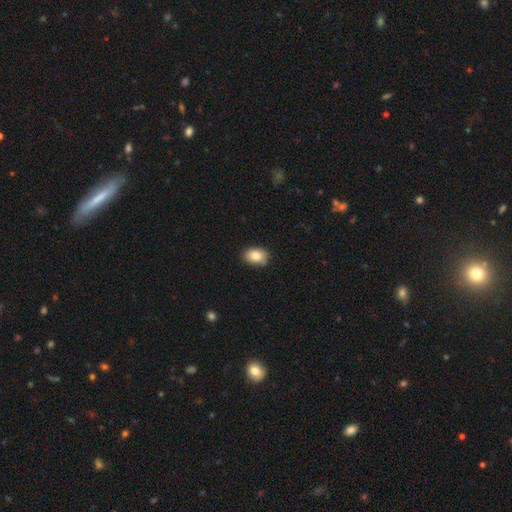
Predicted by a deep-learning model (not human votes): Smooth or featured?
  - smooth: 84% *
  - featured or disk: 8%
  - star or artifact: 8%
How rounded?
  - in between: 82% *
  - round: 17%
  - cigar-shaped: 1%
Merging?
  - none: 83% *
  - minor disturbance: 14%
  - major disturbance: 2%
  - merger: 1%